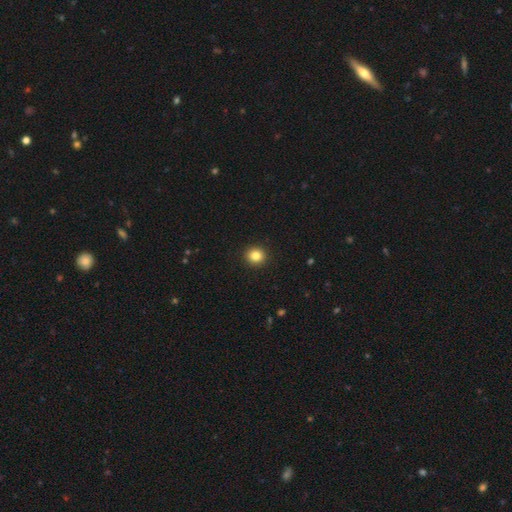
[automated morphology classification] Overall: smooth (84%). How rounded: round (90%). Merging: none (93%).